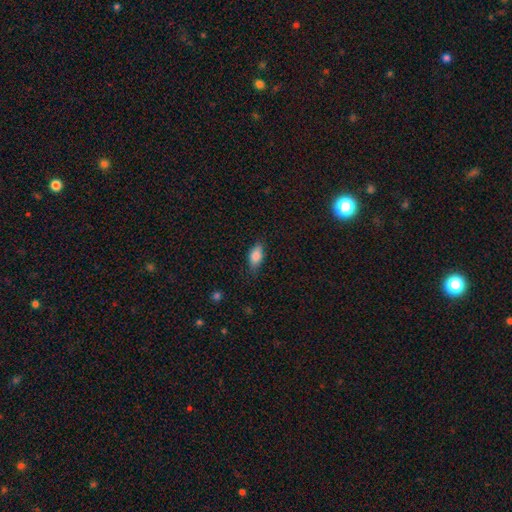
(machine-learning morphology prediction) smooth-or-featured: smooth: 82% | featured or disk: 10% | star or artifact: 8%
  how-rounded: in between: 87% | cigar-shaped: 8% | round: 5%
  merging: none: 77% | minor disturbance: 18% | major disturbance: 4% | merger: 1%